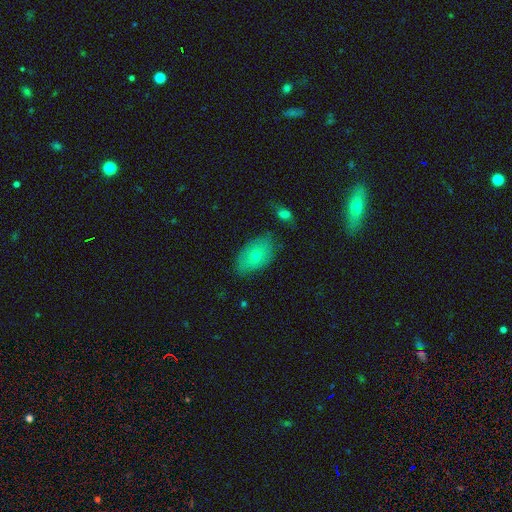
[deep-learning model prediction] A smooth galaxy with no disk features (65%) that is in between round and cigar-shaped (88%).

Vote fractions:
- Smooth or featured? smooth: 65% / featured or disk: 26% / star or artifact: 9%
- How rounded? in between: 88% / round: 10% / cigar-shaped: 2%
- Merging? none: 72% / minor disturbance: 21% / major disturbance: 5% / merger: 2%